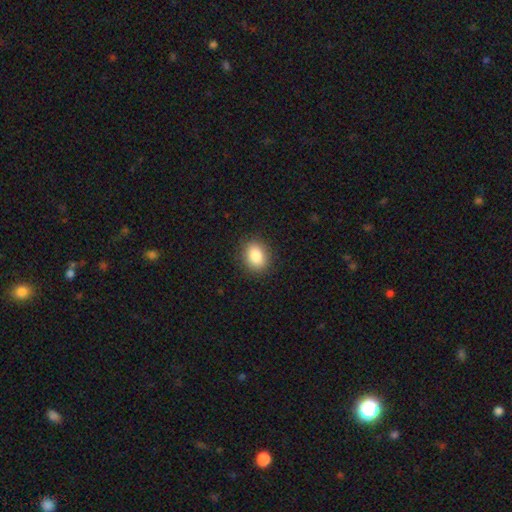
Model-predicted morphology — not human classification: This is clearly a smooth galaxy (87%). How rounded: possibly in between (60%). Merging: clearly none (88%).